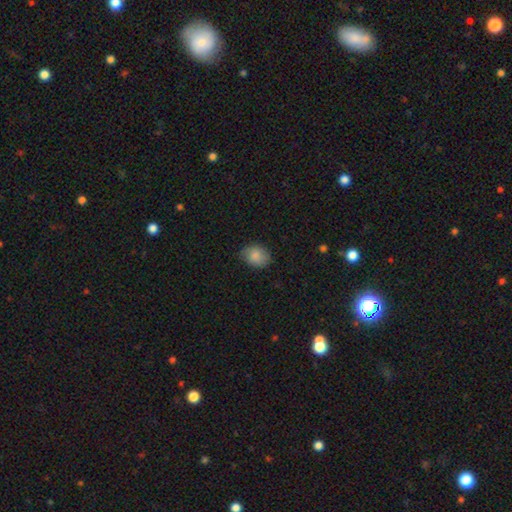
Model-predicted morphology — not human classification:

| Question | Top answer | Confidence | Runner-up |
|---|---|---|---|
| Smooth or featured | smooth | 85% | featured or disk (7%) |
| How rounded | in between | 58% | round (41%) |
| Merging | none | 80% | minor disturbance (16%) |